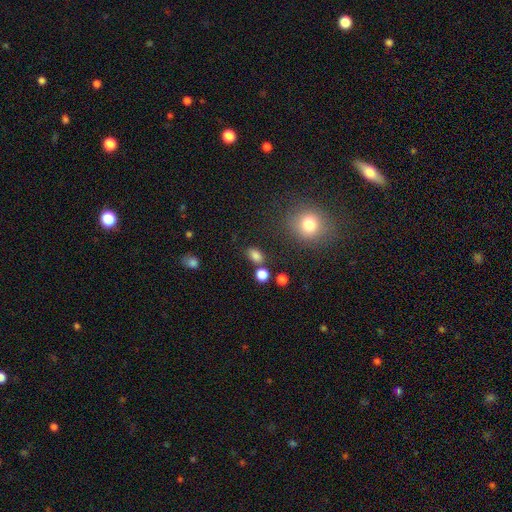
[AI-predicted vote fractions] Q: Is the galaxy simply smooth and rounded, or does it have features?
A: smooth — 81%.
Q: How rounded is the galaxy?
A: in between — 73%.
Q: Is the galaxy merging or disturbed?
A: none — 72%.